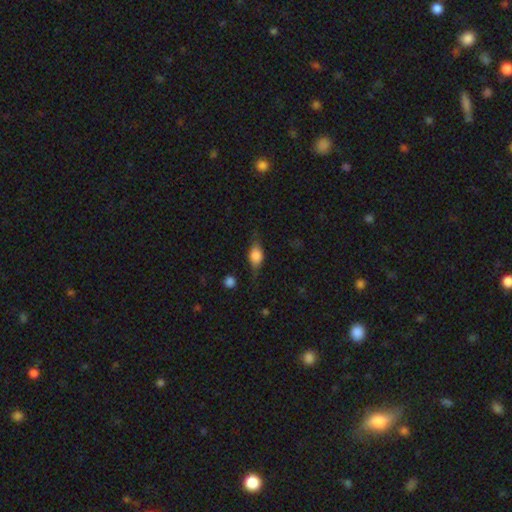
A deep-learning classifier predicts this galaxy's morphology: Smooth or featured?
  - smooth: 64% *
  - featured or disk: 28%
  - star or artifact: 9%
How rounded?
  - in between: 77% *
  - round: 13%
  - cigar-shaped: 10%
Merging?
  - none: 64% *
  - minor disturbance: 25%
  - major disturbance: 9%
  - merger: 2%